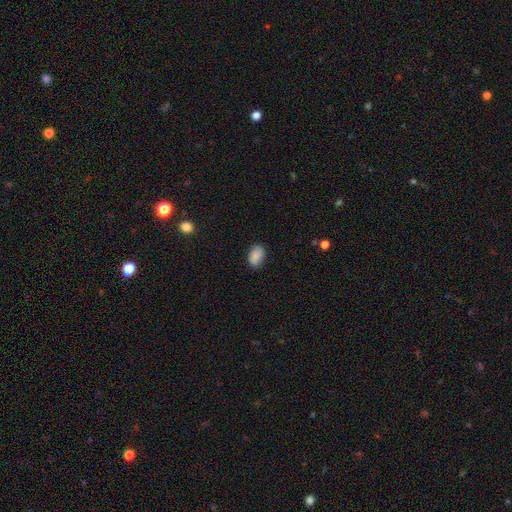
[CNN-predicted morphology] smooth 88%, star or artifact 8%, featured or disk 4%. Down the decision tree: how rounded — in between (88%); merging — none (83%).